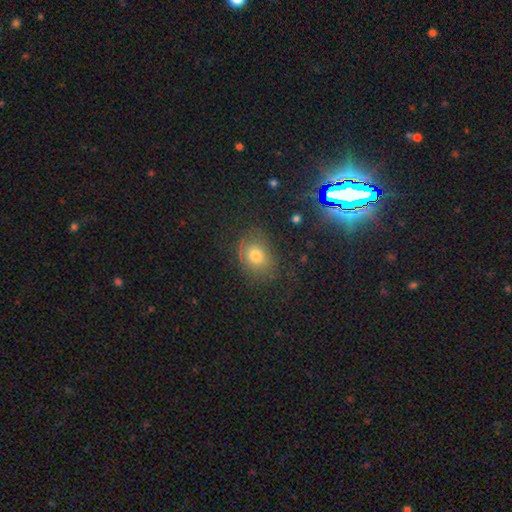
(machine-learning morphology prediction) Smooth or featured? Predicted: smooth (p=0.67). How rounded? Predicted: in between (p=0.51). Merging? Predicted: none (p=0.72).